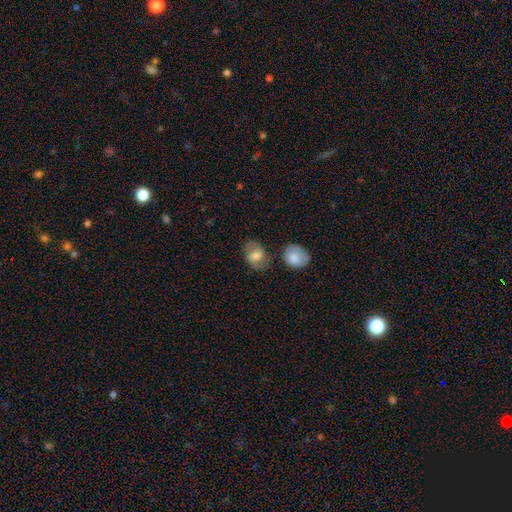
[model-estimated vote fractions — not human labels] smooth 69%, featured or disk 23%, star or artifact 7%. Down the decision tree: how rounded — in between (75%); merging — none (65%).